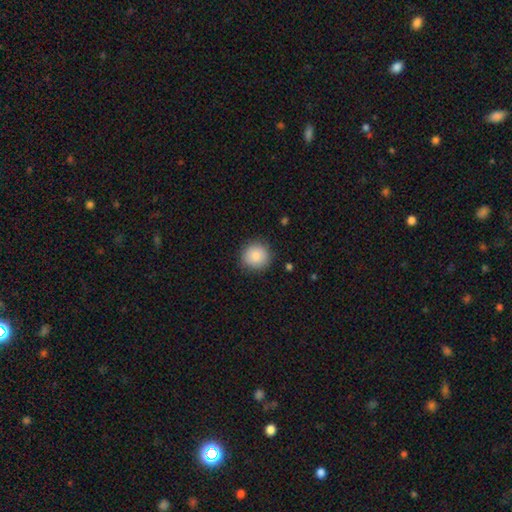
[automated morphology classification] Smooth or featured?
  - smooth: 85% *
  - star or artifact: 8%
  - featured or disk: 7%
How rounded?
  - round: 93% *
  - in between: 6%
  - cigar-shaped: 1%
Merging?
  - none: 88% *
  - minor disturbance: 9%
  - major disturbance: 2%
  - merger: 1%